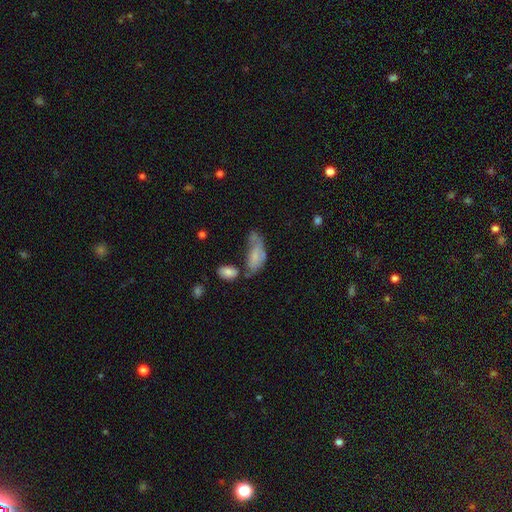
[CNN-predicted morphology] smooth_or_featured: smooth (p=0.63) [alt: featured or disk p=0.27]
how_rounded: in between (p=0.84) [alt: cigar-shaped p=0.13]
merging: minor disturbance (p=0.26) [tied with: none p=0.26, major disturbance p=0.26]